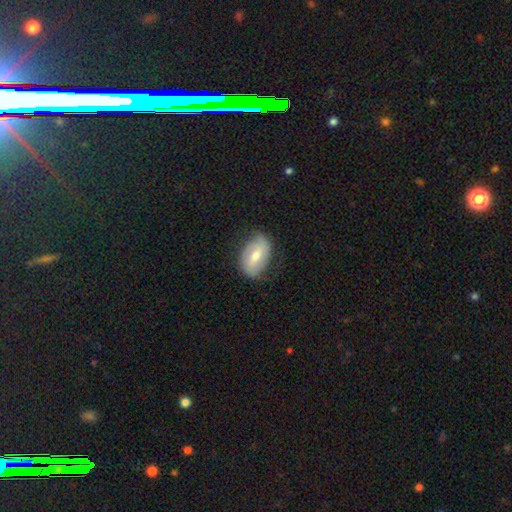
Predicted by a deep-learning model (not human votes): Smooth or featured? Predicted: smooth (p=0.51). How rounded? Predicted: in between (p=0.85). Merging? Predicted: none (p=0.68).